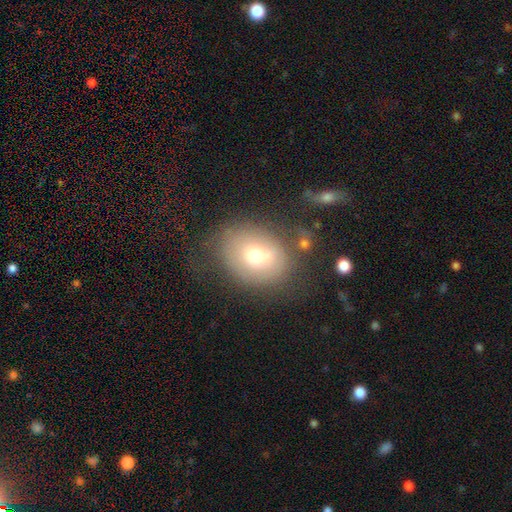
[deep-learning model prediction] Smooth or featured?
  - smooth: 62% *
  - featured or disk: 26%
  - star or artifact: 11%
How rounded?
  - in between: 52% *
  - round: 47%
  - cigar-shaped: 1%
Merging?
  - none: 63% *
  - minor disturbance: 20%
  - major disturbance: 11%
  - merger: 6%